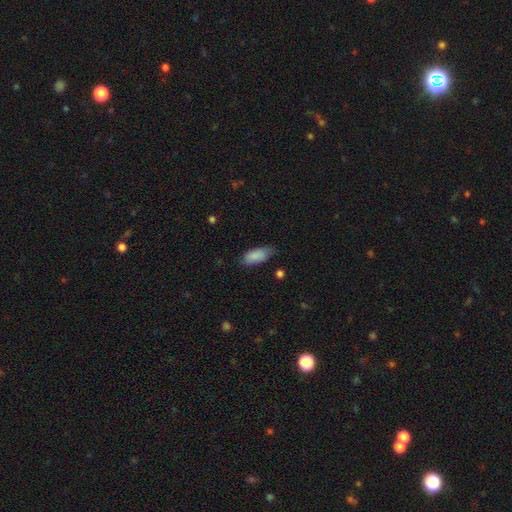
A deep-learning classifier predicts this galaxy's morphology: A smooth galaxy with no disk features (87%) that is in between round and cigar-shaped (88%).

Vote fractions:
- Smooth or featured? smooth: 87% / featured or disk: 7% / star or artifact: 6%
- How rounded? in between: 88% / cigar-shaped: 10% / round: 2%
- Merging? none: 70% / minor disturbance: 24% / major disturbance: 5% / merger: 1%